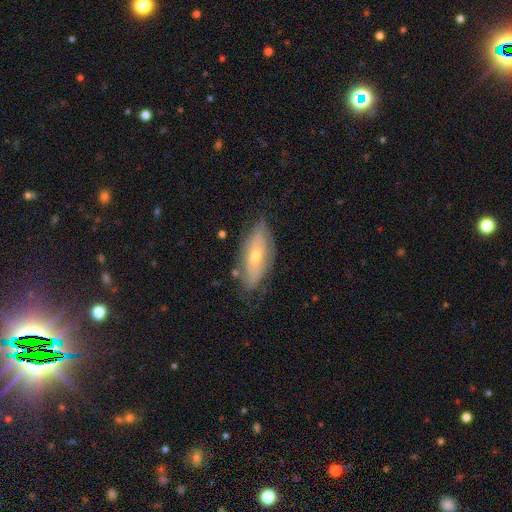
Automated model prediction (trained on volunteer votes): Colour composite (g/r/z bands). It shows a featured or disk galaxy (63%). Merging: none (69%).